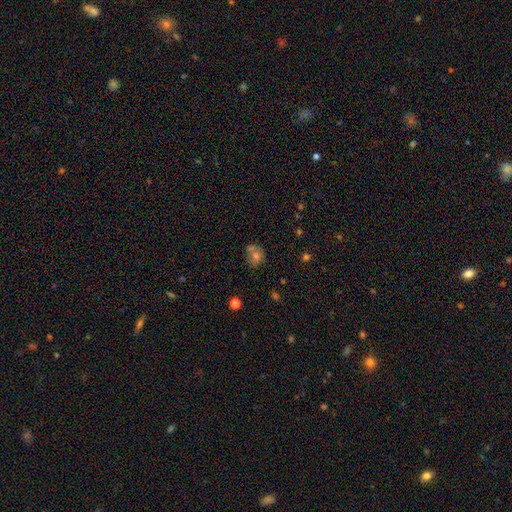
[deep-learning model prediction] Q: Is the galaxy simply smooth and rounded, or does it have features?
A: smooth — 58%.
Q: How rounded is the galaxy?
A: round — 67%.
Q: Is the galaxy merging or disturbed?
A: none — 51%.